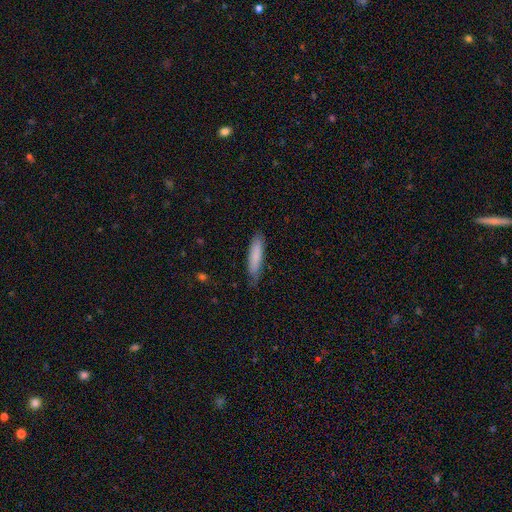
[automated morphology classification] This is clearly a smooth galaxy (81%). How rounded: clearly cigar-shaped (80%). Merging: likely none (75%).